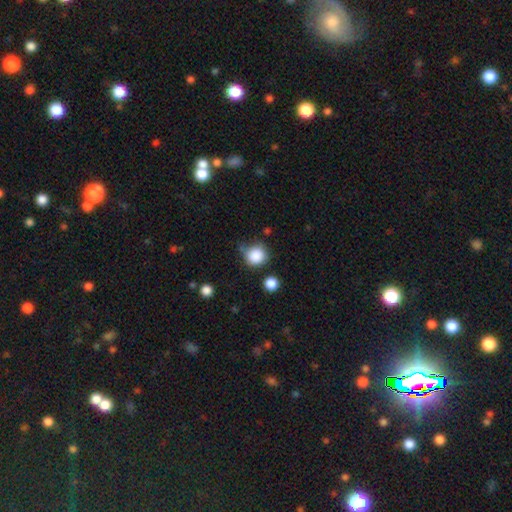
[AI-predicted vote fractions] smooth-or-featured: smooth: 86% | star or artifact: 10% | featured or disk: 4%
  how-rounded: round: 90% | in between: 9% | cigar-shaped: 1%
  merging: none: 63% | minor disturbance: 23% | merger: 7% | major disturbance: 7%